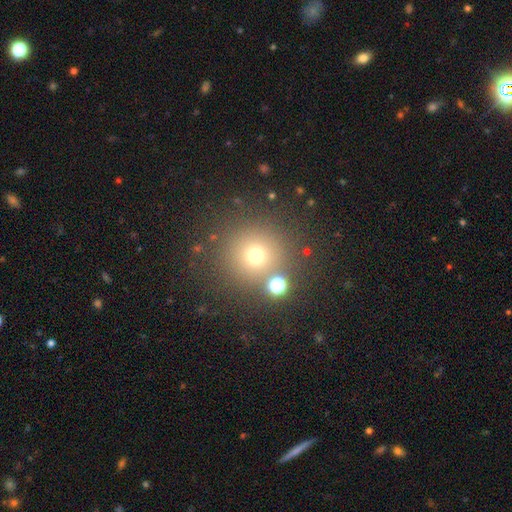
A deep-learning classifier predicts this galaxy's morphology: This is likely a smooth galaxy (68%). How rounded: clearly round (94%). Merging: clearly none (81%).